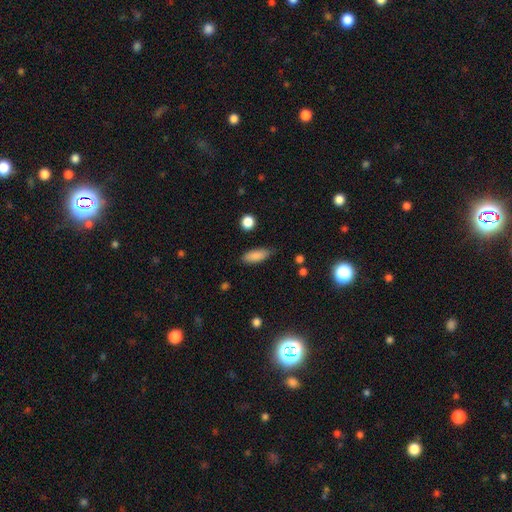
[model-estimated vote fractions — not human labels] This appears to be a smooth galaxy with no disk features (87%) that is in between round and cigar-shaped (76%). Merging: none (79%).